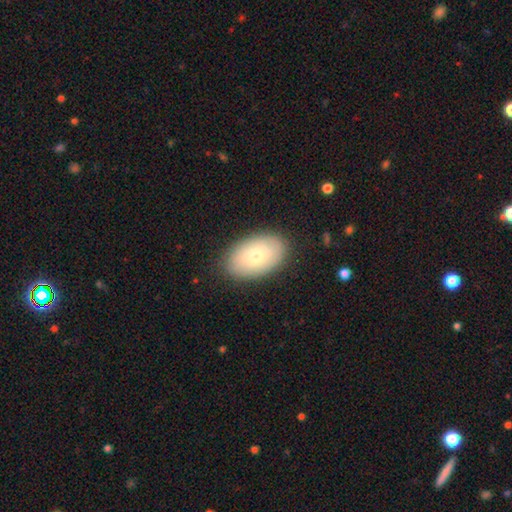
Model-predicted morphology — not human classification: Q: Smooth or featured?
A: smooth (74%); runner-up: featured or disk (20%)
Q: How rounded?
A: in between (93%); runner-up: round (6%)
Q: Merging?
A: none (87%); runner-up: minor disturbance (10%)